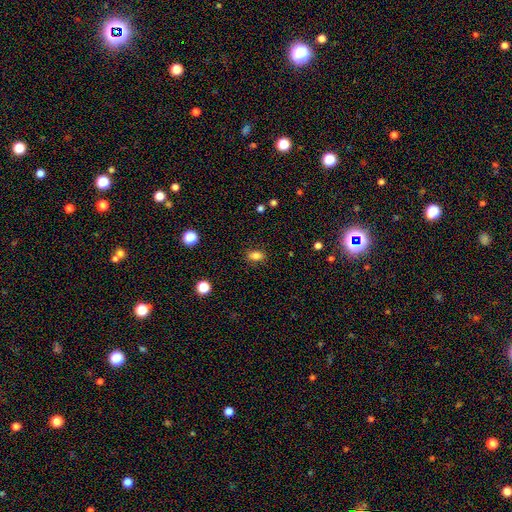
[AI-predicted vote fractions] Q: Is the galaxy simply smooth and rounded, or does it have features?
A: smooth — 83%.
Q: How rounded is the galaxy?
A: in between — 83%.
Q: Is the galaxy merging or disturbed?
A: none — 86%.